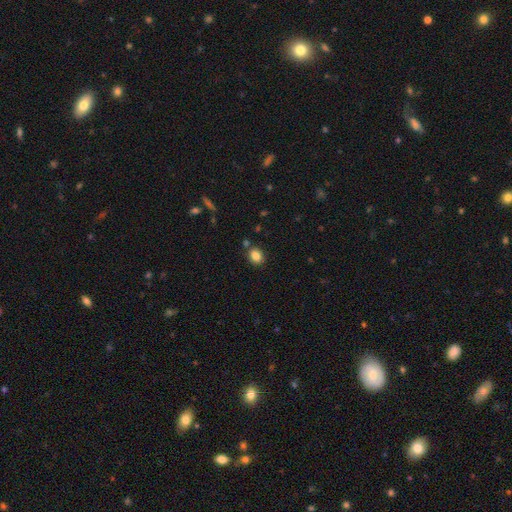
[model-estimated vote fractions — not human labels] smooth_or_featured: smooth (p=0.84) [alt: star or artifact p=0.11]
how_rounded: in between (p=0.51) [alt: round p=0.48]
merging: none (p=0.81) [alt: minor disturbance p=0.11]